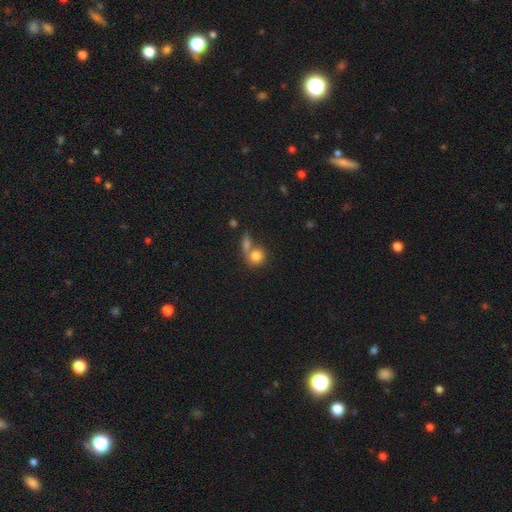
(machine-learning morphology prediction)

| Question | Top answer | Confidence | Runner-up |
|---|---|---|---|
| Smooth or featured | smooth | 80% | featured or disk (10%) |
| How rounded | round | 80% | in between (18%) |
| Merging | none | 44% | merger (40%) |